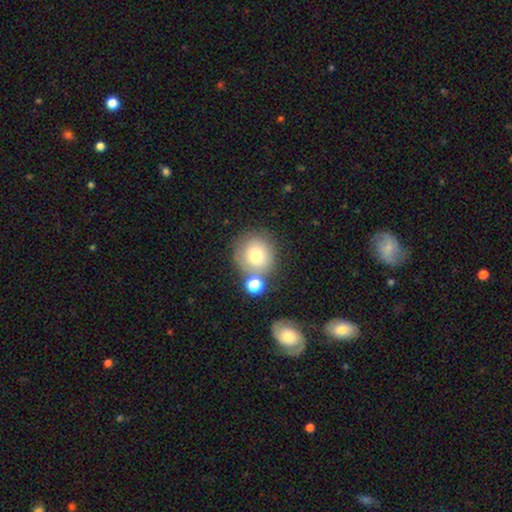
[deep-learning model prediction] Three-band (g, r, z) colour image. It shows a smooth galaxy with no disk features (72%) that is round (89%). Merging: none (65%).